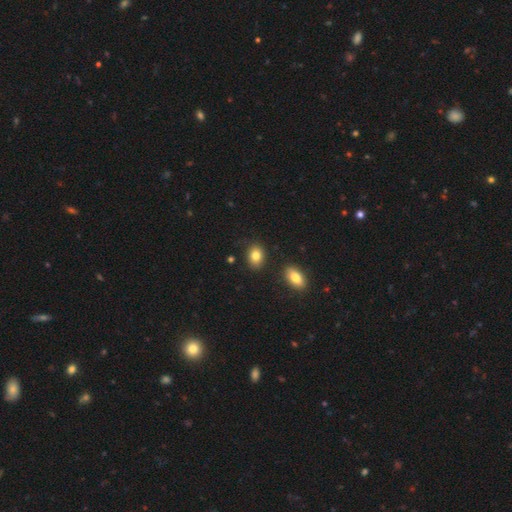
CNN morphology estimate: A smooth galaxy with no disk features (83%) that is in between round and cigar-shaped (65%).

Vote fractions:
- Smooth or featured? smooth: 83% / star or artifact: 9% / featured or disk: 9%
- How rounded? in between: 65% / round: 34% / cigar-shaped: 1%
- Merging? none: 83% / minor disturbance: 11% / merger: 4% / major disturbance: 3%